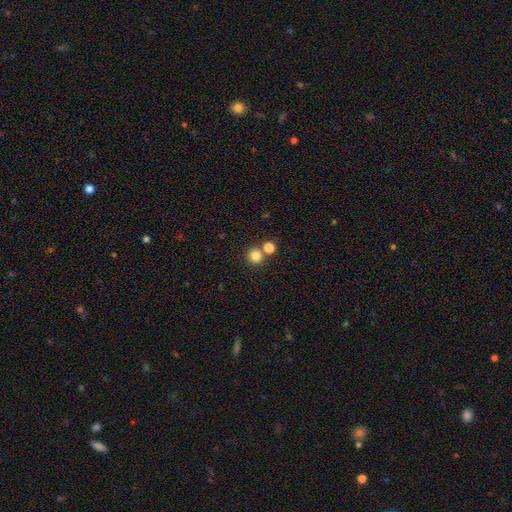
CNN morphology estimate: The model was most divided on "merging": none: 67%, merger: 25%, minor disturbance: 6%, major disturbance: 2%. More confident: how rounded — round (92%); smooth or featured — smooth (81%).